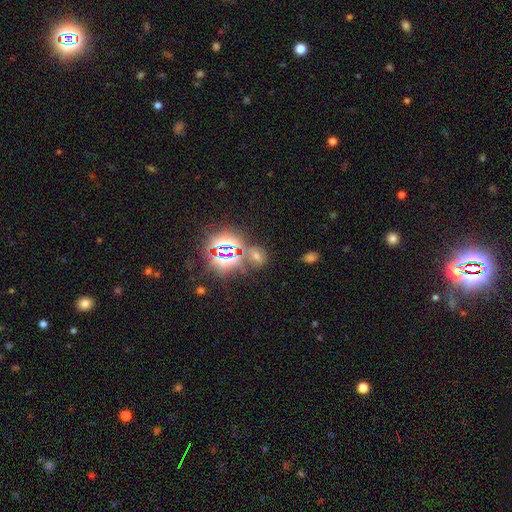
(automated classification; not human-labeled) Smooth or featured? Predicted: star or artifact (p=0.60).